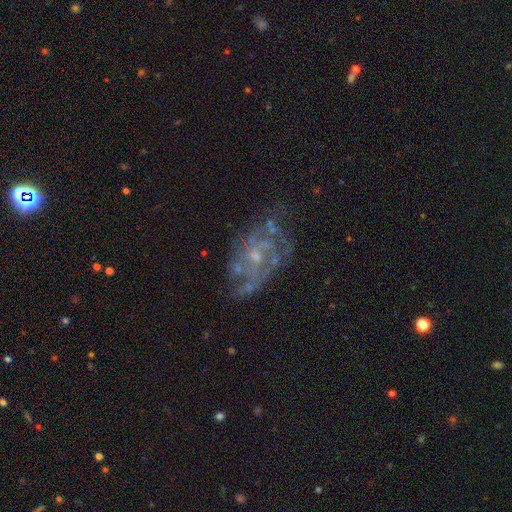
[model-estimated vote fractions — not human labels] Morphology: type=featured or disk (80%); edge-on=no (96%); bar=no (71%); spiral arms=yes (80%); winding=tight (43%); arm count=can't tell (42%); bulge=small (61%); merging=none (62%).